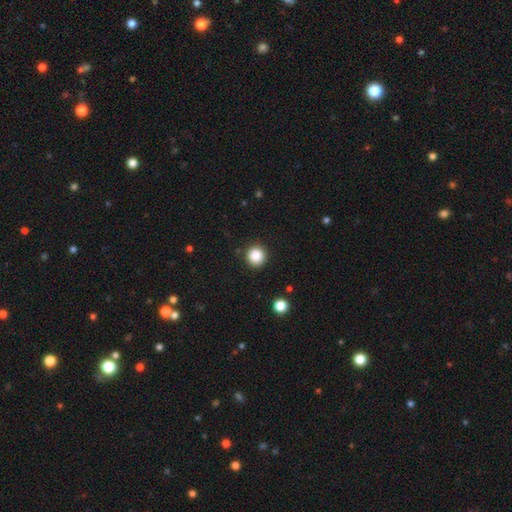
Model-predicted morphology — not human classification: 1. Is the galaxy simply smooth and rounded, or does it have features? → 86% smooth, 11% star or artifact, 4% featured or disk.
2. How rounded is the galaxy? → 95% round, 4% in between, 1% cigar-shaped.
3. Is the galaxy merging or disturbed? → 91% none, 6% minor disturbance, 2% major disturbance, 1% merger.